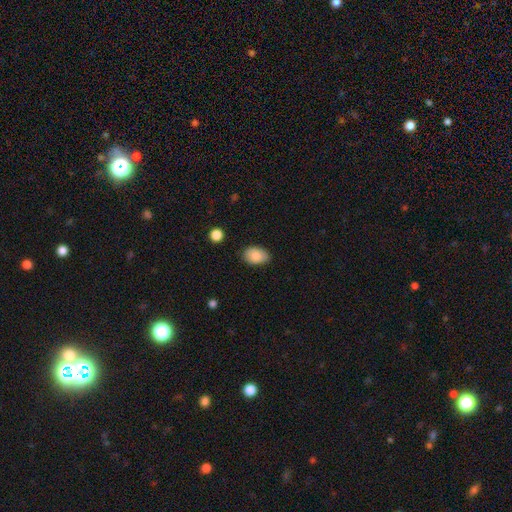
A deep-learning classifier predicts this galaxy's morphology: The model was most divided on "merging": none: 81%, minor disturbance: 16%, major disturbance: 2%, merger: 1%. More confident: how rounded — in between (86%); smooth or featured — smooth (83%).